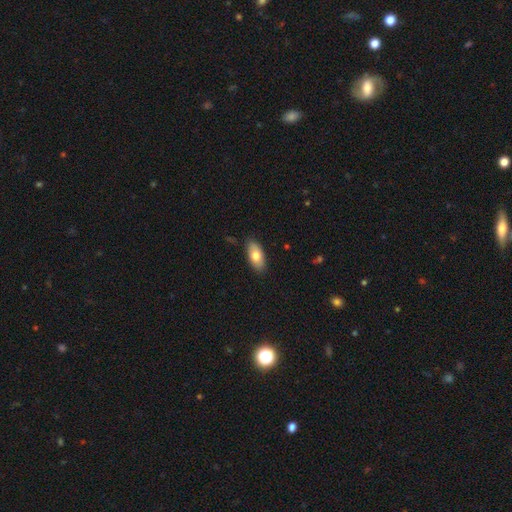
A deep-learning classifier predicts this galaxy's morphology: type=smooth (75%); roundness=in between (91%); merging=none (85%).